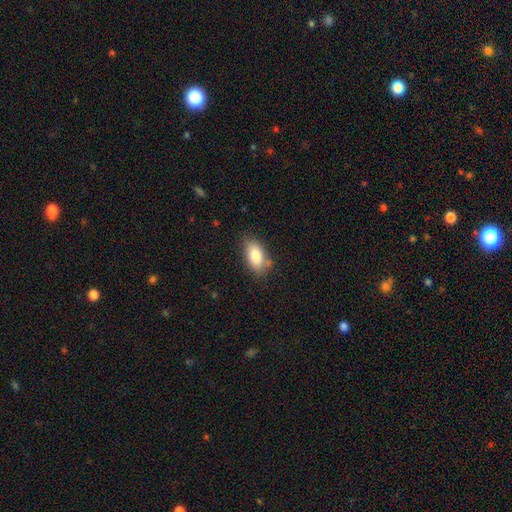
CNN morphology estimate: type=smooth (82%); roundness=in between (91%); merging=none (75%).